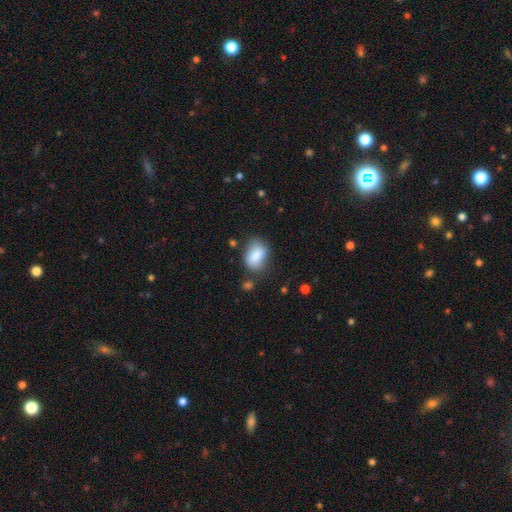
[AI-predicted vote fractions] smooth-or-featured: smooth: 84% | featured or disk: 9% | star or artifact: 8%
  how-rounded: in between: 81% | round: 17% | cigar-shaped: 2%
  merging: none: 63% | minor disturbance: 24% | major disturbance: 7% | merger: 6%